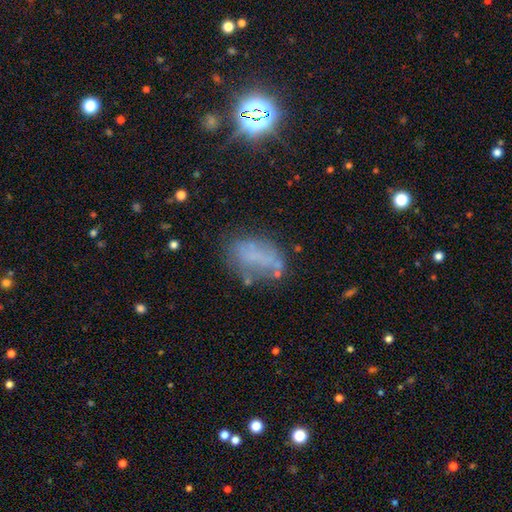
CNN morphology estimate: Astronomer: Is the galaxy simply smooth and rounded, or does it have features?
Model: smooth — 48% (runner-up: featured or disk, 30%).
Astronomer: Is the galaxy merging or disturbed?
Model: none — 54%.